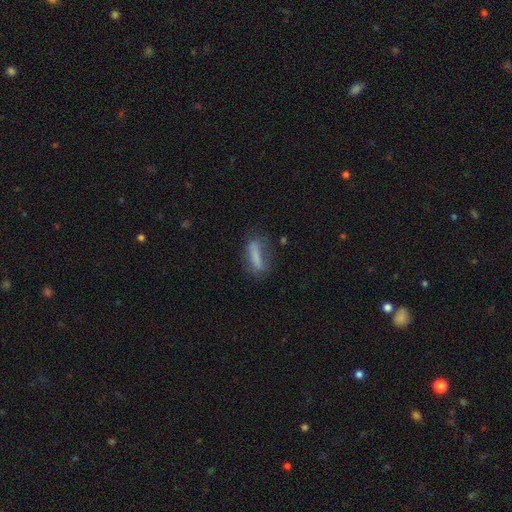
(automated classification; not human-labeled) Smooth or featured?
  - smooth: 70% *
  - featured or disk: 20%
  - star or artifact: 10%
How rounded?
  - cigar-shaped: 56% *
  - in between: 41%
  - round: 3%
Merging?
  - none: 55% *
  - minor disturbance: 25%
  - major disturbance: 16%
  - merger: 4%